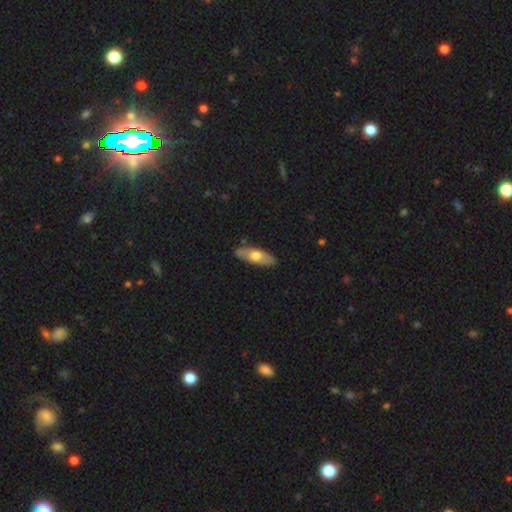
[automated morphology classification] This is possibly a smooth galaxy (54%). How rounded: likely in between (69%). Merging: clearly none (85%).